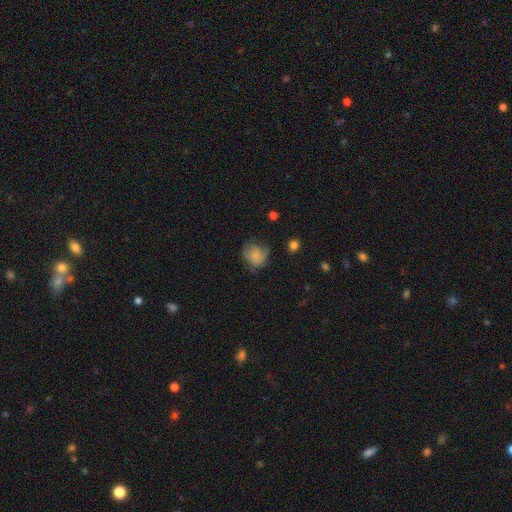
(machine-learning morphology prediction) smooth 63%, featured or disk 27%, star or artifact 10%. Down the decision tree: how rounded — round (64%); merging — none (49%).